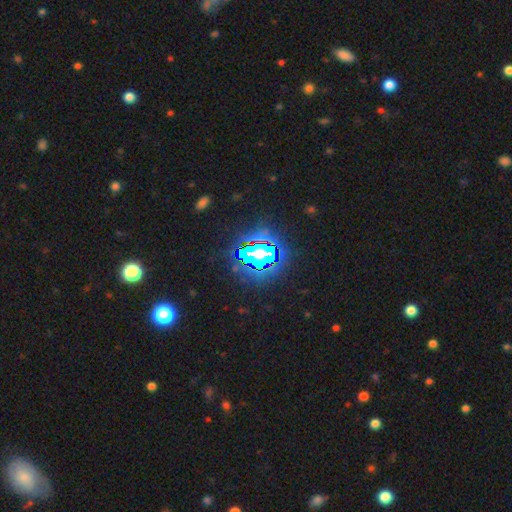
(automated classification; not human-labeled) Smooth or featured? Predicted: star or artifact (p=0.66).